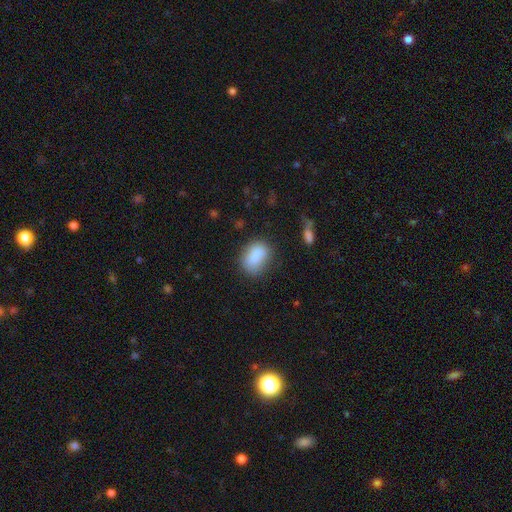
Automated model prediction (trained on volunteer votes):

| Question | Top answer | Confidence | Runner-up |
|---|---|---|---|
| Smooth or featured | smooth | 85% | star or artifact (8%) |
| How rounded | in between | 76% | round (22%) |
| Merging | none | 69% | minor disturbance (21%) |